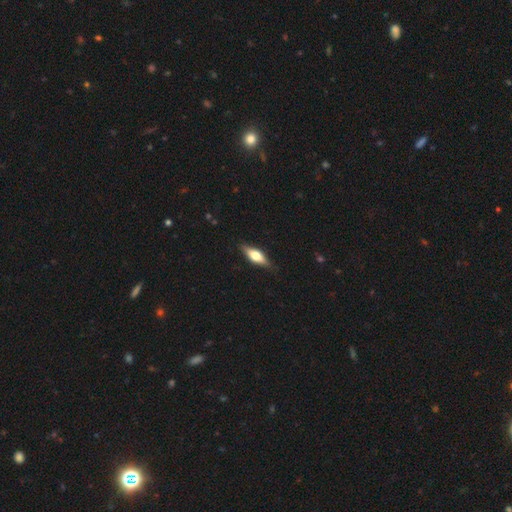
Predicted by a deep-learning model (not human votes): smooth-or-featured: smooth: 47% | featured or disk: 46% | star or artifact: 6%
  merging: none: 84% | minor disturbance: 12% | major disturbance: 2% | merger: 1%